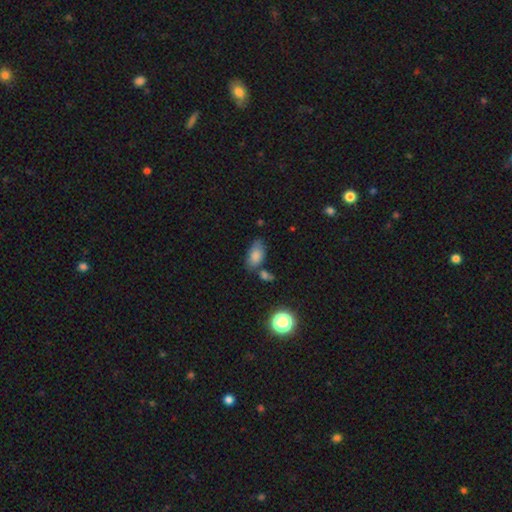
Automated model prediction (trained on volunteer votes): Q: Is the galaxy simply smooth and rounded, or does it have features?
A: smooth — 81%.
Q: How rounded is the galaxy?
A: in between — 90%.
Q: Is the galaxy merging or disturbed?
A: none — 59%.